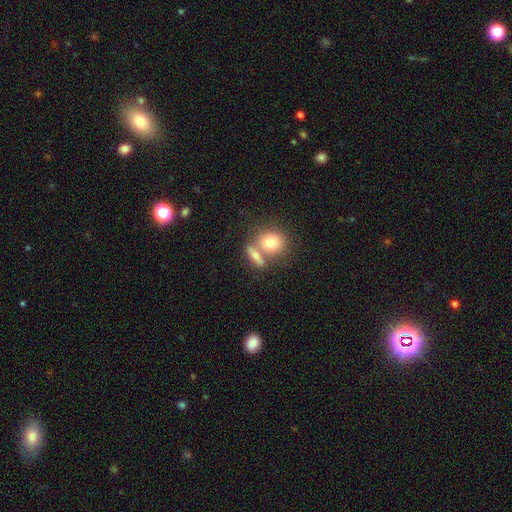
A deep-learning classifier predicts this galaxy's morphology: A smooth galaxy with no disk features (69%) that is in between round and cigar-shaped (46%). Merging: none (47%).